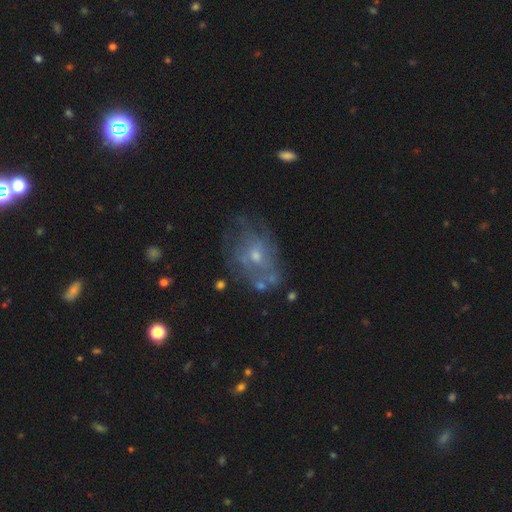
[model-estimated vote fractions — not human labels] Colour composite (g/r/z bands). It shows a featured or disk galaxy (63%) with no bar (78%), no spiral arms (54%) and a small central bulge (57%). Merging: none (50%).